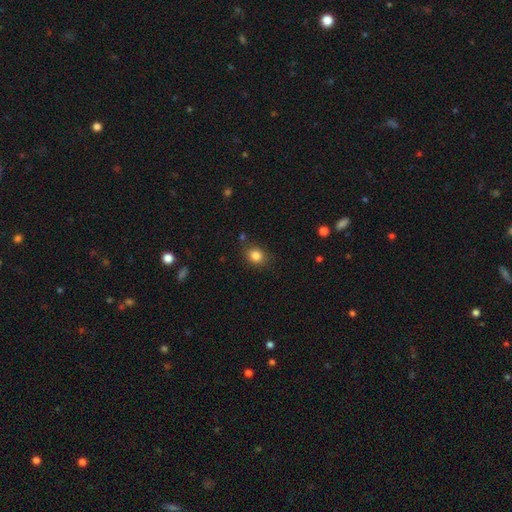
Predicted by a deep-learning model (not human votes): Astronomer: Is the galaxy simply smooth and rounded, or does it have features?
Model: smooth — 84%.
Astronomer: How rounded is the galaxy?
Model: round — 61% (runner-up: in between, 38%).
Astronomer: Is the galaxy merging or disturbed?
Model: none — 81%.